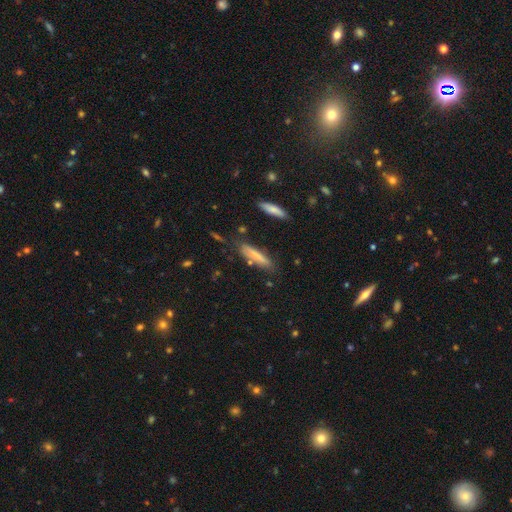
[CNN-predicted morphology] smooth-or-featured: smooth: 74% | featured or disk: 18% | star or artifact: 7%
  how-rounded: cigar-shaped: 79% | in between: 19% | round: 2%
  merging: none: 77% | minor disturbance: 15% | merger: 5% | major disturbance: 4%